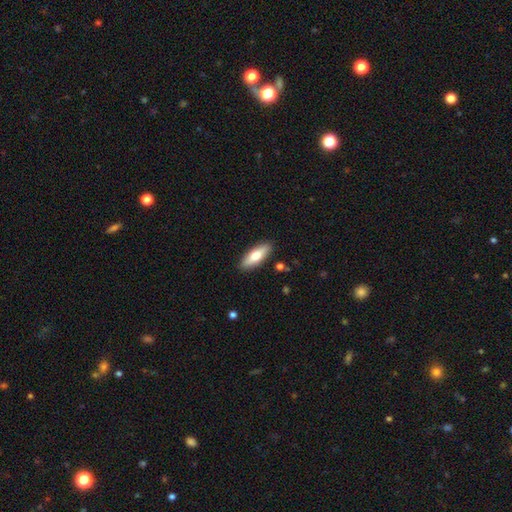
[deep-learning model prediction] smooth-or-featured: smooth: 65% | featured or disk: 29% | star or artifact: 6%
  how-rounded: in between: 60% | cigar-shaped: 38% | round: 2%
  merging: none: 89% | minor disturbance: 8% | major disturbance: 2% | merger: 1%